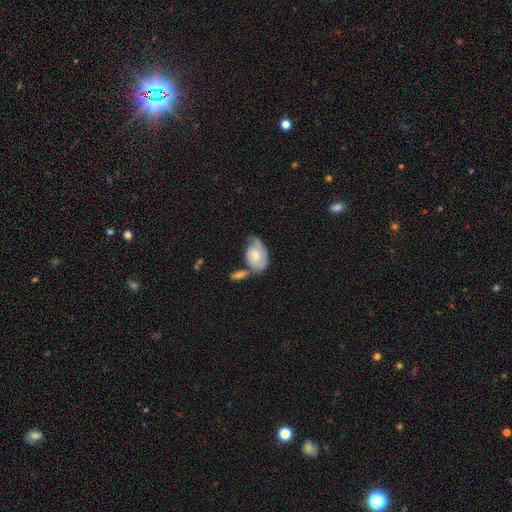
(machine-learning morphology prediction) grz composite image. It shows a smooth galaxy with no disk features (47%, tied with featured or disk). Merging: none (34%).